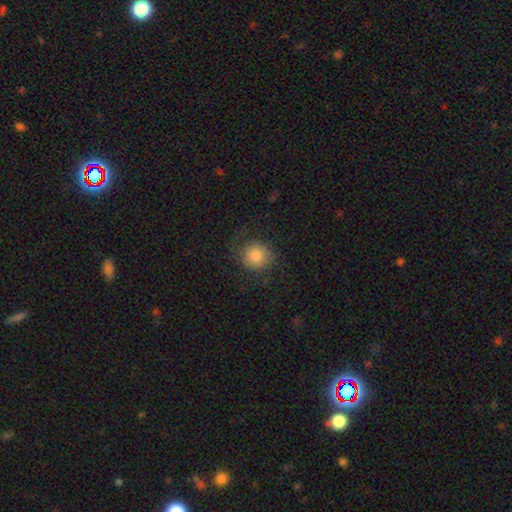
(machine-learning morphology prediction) smooth 76%, featured or disk 16%, star or artifact 8%. Down the decision tree: how rounded — round (88%); merging — none (71%).